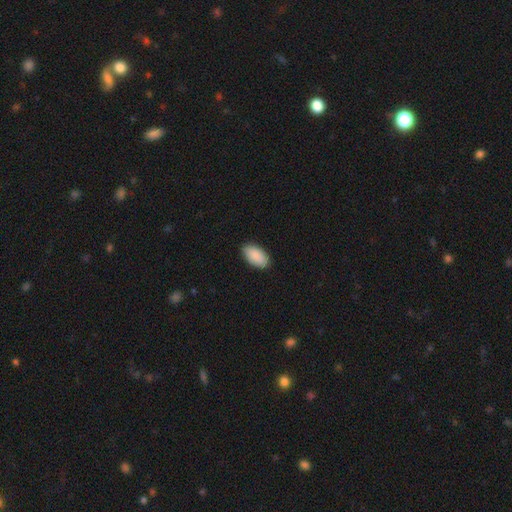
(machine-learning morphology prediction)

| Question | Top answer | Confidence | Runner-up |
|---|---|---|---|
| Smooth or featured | smooth | 90% | star or artifact (6%) |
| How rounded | in between | 95% | cigar-shaped (3%) |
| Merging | none | 88% | minor disturbance (9%) |